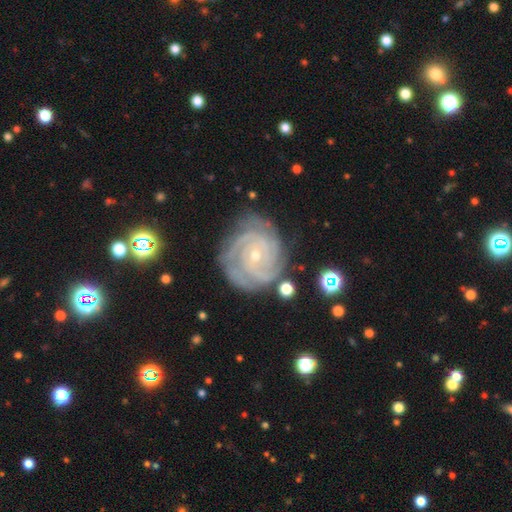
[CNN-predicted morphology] Smooth or featured?
  - featured or disk: 90% *
  - star or artifact: 6%
  - smooth: 4%
Edge-on disk?
  - no: 98% *
  - yes: 2%
Bar?
  - no: 70% *
  - weak: 23%
  - strong: 7%
Spiral arms?
  - yes: 98% *
  - no: 2%
Spiral winding?
  - tight: 81% *
  - medium: 17%
  - loose: 2%
Spiral arm count?
  - 3: 32% *
  - 4: 22%
  - 2: 17%
  - can't tell: 15%
  - more than 4: 7%
  - 1: 6%
Bulge size?
  - small: 78% *
  - moderate: 19%
  - none: 1%
  - large: 1%
  - dominant: 1%
Merging?
  - none: 76% *
  - minor disturbance: 17%
  - major disturbance: 5%
  - merger: 2%